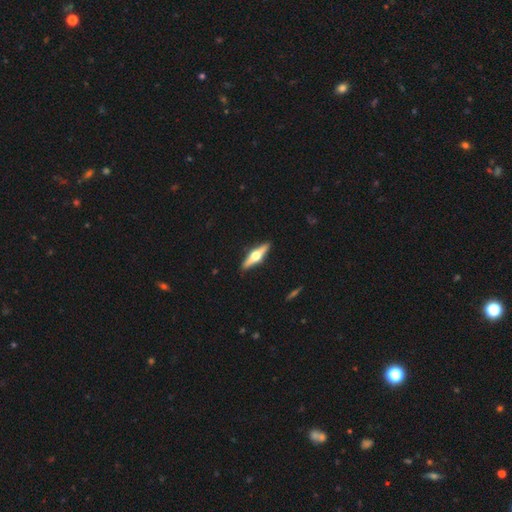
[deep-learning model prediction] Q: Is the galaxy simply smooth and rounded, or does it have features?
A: featured or disk — 71%.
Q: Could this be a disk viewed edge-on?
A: yes — 97%.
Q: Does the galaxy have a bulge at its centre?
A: rounded — 96%.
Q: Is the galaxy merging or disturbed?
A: none — 92%.